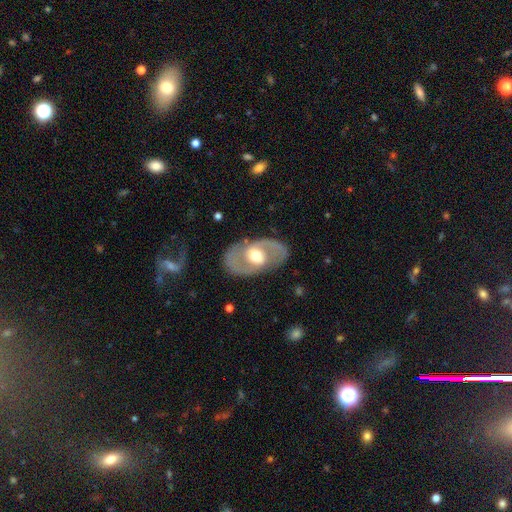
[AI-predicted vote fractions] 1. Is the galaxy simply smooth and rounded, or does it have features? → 77% featured or disk, 19% smooth, 5% star or artifact.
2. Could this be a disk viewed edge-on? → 94% no, 6% yes.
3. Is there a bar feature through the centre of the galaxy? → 45% no, 38% weak, 17% strong.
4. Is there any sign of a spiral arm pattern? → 72% yes, 28% no.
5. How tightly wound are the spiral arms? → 49% medium, 27% tight, 24% loose.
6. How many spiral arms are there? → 87% 2, 7% can't tell, 3% 1, 1% 3, 1% 4, 1% more than 4.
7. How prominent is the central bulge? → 70% moderate, 18% large, 10% small, 1% dominant, 1% none.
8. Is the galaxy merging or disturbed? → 83% none, 11% minor disturbance, 5% major disturbance, 1% merger.